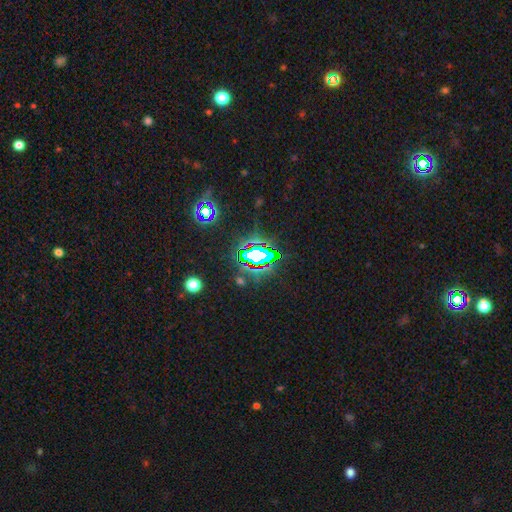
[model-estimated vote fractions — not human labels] This is likely a star or artifact rather than a galaxy (71%).